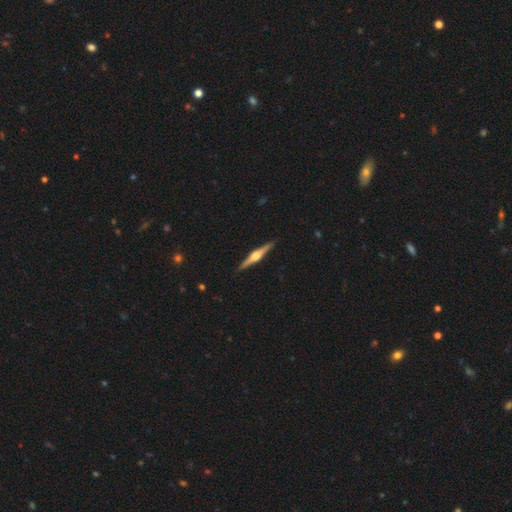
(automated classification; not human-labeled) Overall: featured or disk (81%). Edge-on disk: yes (98%). Edge-on bulge: rounded (90%). Merging: none (92%).